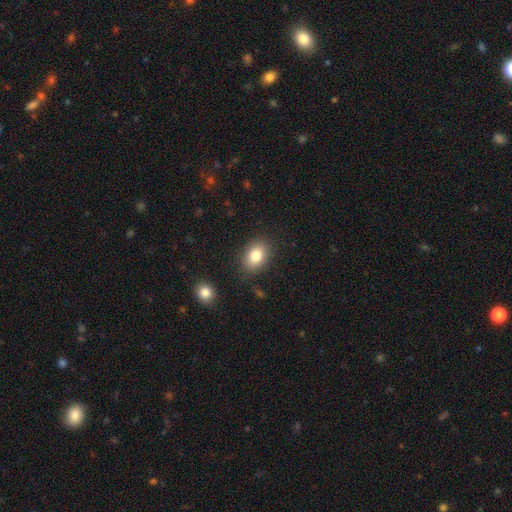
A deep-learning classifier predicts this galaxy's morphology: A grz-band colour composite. It shows a smooth galaxy with no disk features (83%) that is in between round and cigar-shaped (73%). Merging: none (83%).